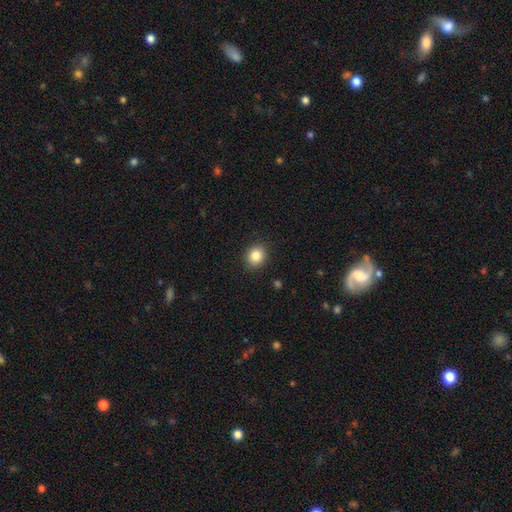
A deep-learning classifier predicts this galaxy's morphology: Smooth or featured: smooth — 85% (star or artifact — 10%)
How rounded: round — 74% (in between — 25%)
Merging: none — 90% (minor disturbance — 7%)